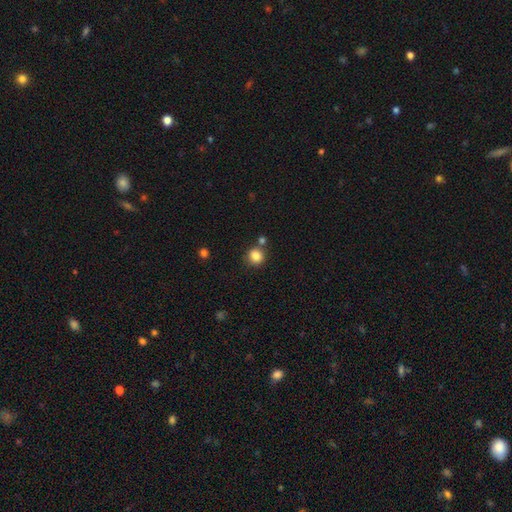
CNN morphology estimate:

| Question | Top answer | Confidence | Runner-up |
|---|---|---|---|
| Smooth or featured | smooth | 84% | star or artifact (11%) |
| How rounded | round | 87% | in between (12%) |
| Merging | none | 74% | merger (14%) |